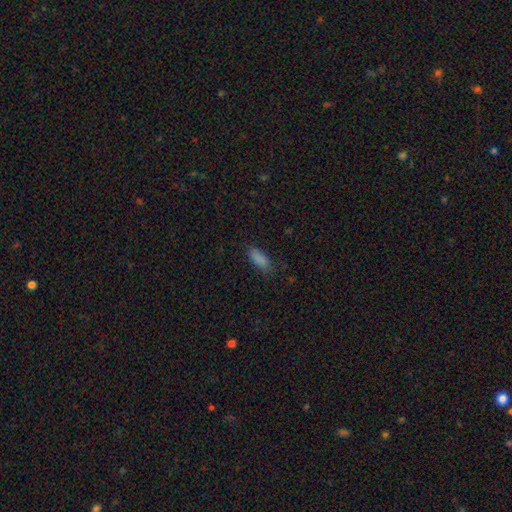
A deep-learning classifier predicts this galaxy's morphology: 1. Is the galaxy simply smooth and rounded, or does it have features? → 83% smooth, 12% star or artifact, 5% featured or disk.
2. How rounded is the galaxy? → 67% in between, 30% cigar-shaped, 2% round.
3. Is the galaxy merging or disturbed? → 80% none, 15% minor disturbance, 4% major disturbance, 1% merger.